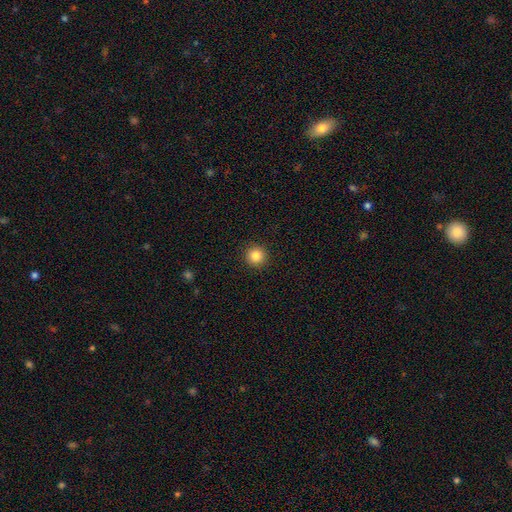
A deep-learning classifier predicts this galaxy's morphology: This appears to be a smooth galaxy with no disk features (85%) that is round (95%). Merging: none (93%).